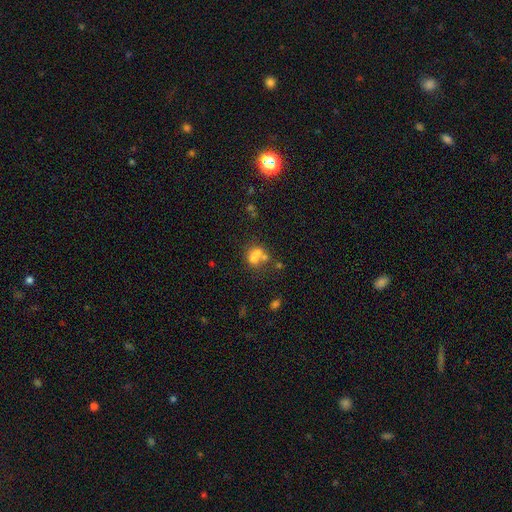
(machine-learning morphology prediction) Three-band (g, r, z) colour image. It shows a smooth galaxy with no disk features (57%) that is round (70%). Merging: merger (57%).